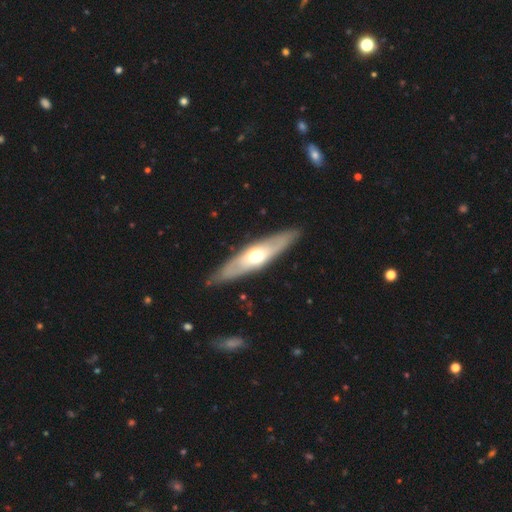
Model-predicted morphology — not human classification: Smooth or featured? featured or disk (54%)
Edge-on disk? yes (59%)
Merging? none (86%)